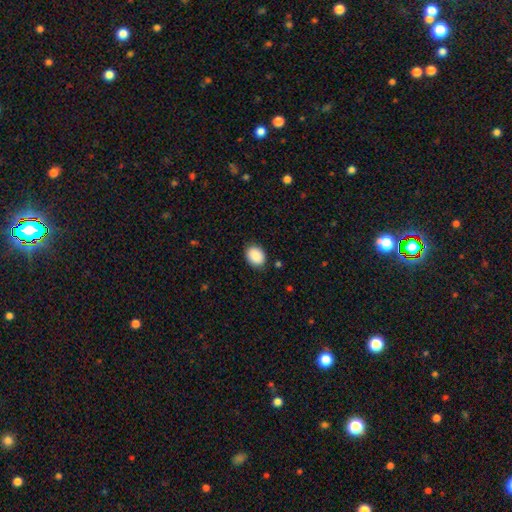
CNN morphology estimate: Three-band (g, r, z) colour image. It shows a smooth galaxy with no disk features (89%) that is in between round and cigar-shaped (62%). Merging: none (87%).